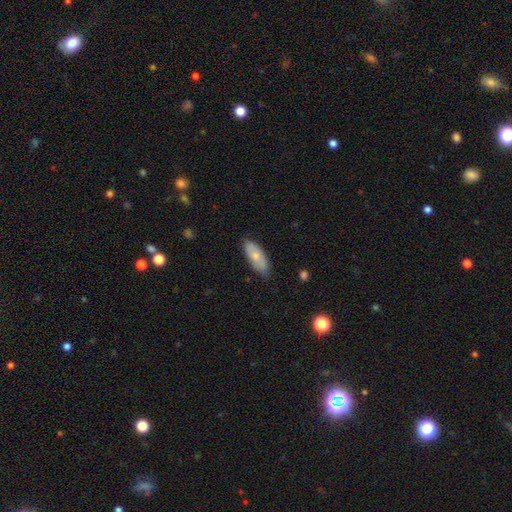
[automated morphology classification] Smooth or featured?
  - smooth: 68% *
  - featured or disk: 26%
  - star or artifact: 6%
How rounded?
  - in between: 82% *
  - cigar-shaped: 16%
  - round: 2%
Merging?
  - none: 78% *
  - minor disturbance: 18%
  - major disturbance: 3%
  - merger: 1%